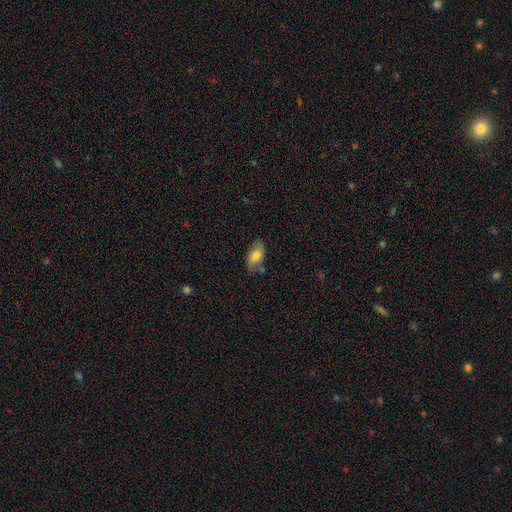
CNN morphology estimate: Smooth or featured? Predicted: smooth (p=0.74). How rounded? Predicted: in between (p=0.91). Merging? Predicted: none (p=0.70).